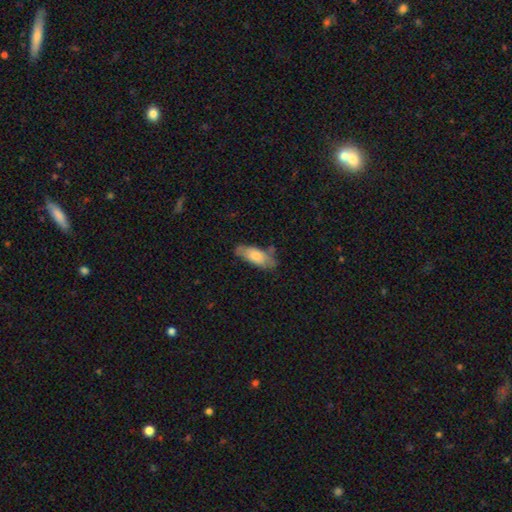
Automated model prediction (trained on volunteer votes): Overall: smooth (67%). How rounded: in between (70%). Merging: none (70%).